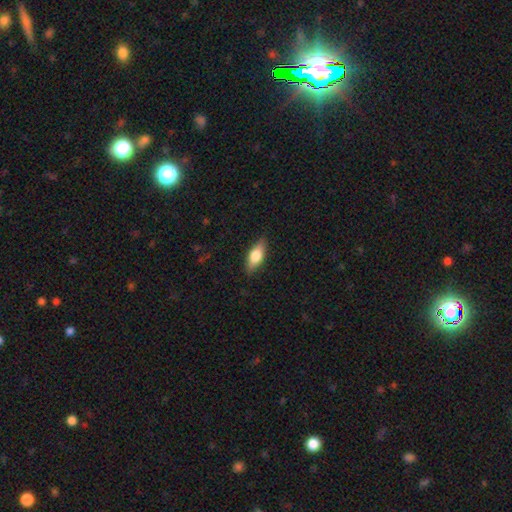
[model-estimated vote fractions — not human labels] Smooth or featured: smooth — 70% (featured or disk — 24%)
How rounded: in between — 76% (cigar-shaped — 20%)
Merging: none — 87% (minor disturbance — 10%)